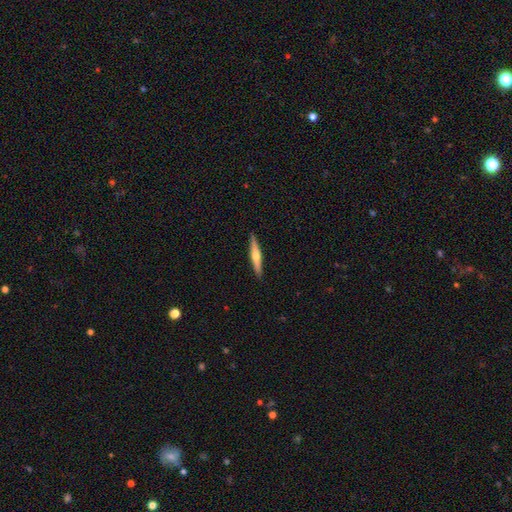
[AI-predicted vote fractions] A featured or disk galaxy (56%) viewed edge-on (96%) with a rounded central bulge (90%).

Vote fractions:
- Smooth or featured? featured or disk: 56% / smooth: 39% / star or artifact: 5%
- Edge-on disk? yes: 96% / no: 4%
- Edge-on bulge? rounded: 90% / none: 7% / boxy: 3%
- Merging? none: 92% / minor disturbance: 6% / major disturbance: 1% / merger: 1%